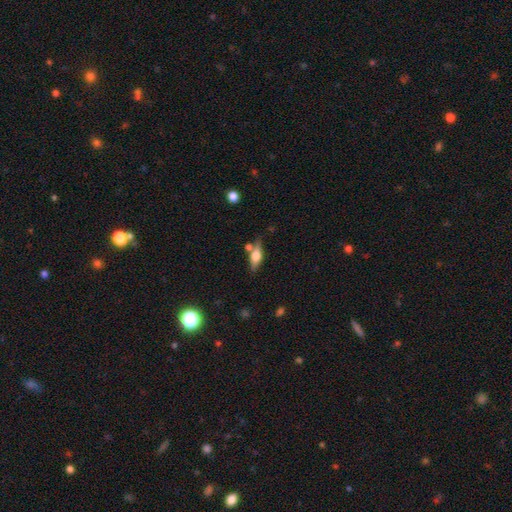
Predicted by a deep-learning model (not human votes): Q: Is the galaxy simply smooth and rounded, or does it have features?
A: smooth — 47%.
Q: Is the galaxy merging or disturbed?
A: none — 68%.